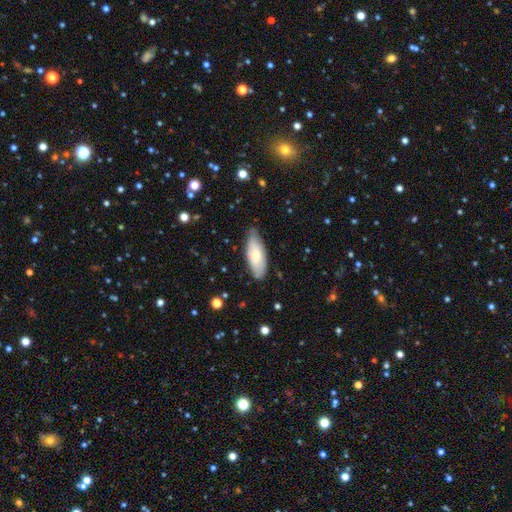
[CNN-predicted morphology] Smooth or featured? smooth (65%)
How rounded? in between (76%)
Merging? none (76%)